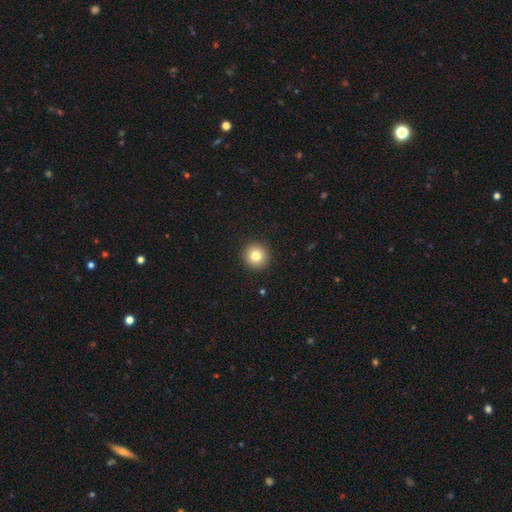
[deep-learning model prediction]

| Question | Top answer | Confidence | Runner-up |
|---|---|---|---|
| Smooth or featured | smooth | 81% | star or artifact (10%) |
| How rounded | round | 96% | in between (3%) |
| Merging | none | 93% | minor disturbance (4%) |